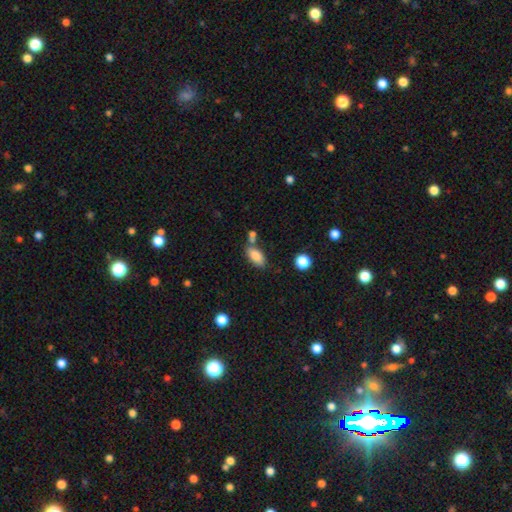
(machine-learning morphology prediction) The model was most divided on "merging": none: 63%, merger: 17%, minor disturbance: 16%, major disturbance: 4%. More confident: how rounded — in between (89%); smooth or featured — smooth (82%).